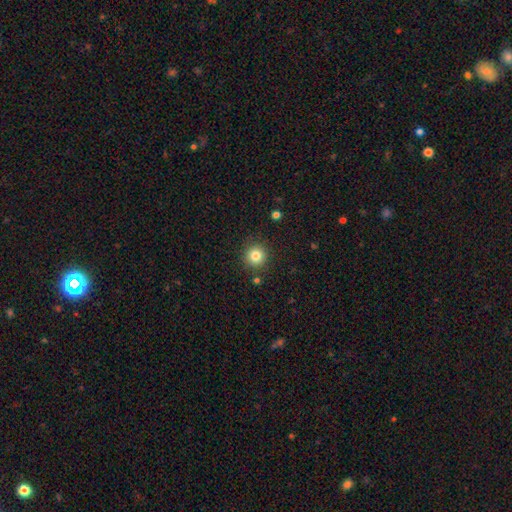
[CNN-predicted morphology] Smooth or featured? Predicted: smooth (p=0.82). How rounded? Predicted: round (p=0.94). Merging? Predicted: none (p=0.89).